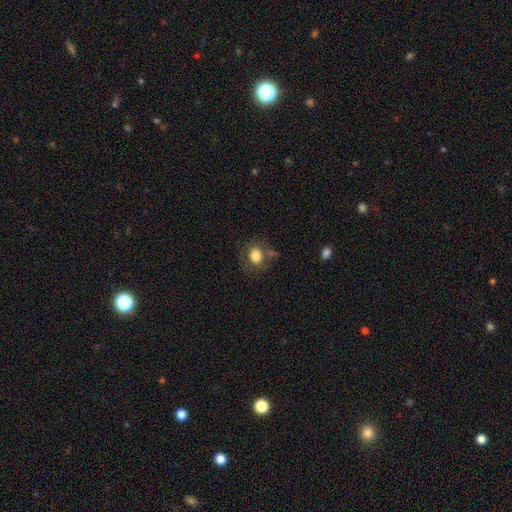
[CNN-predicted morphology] Overall: smooth (80%). How rounded: round (52%; in between 47%). Merging: none (68%).